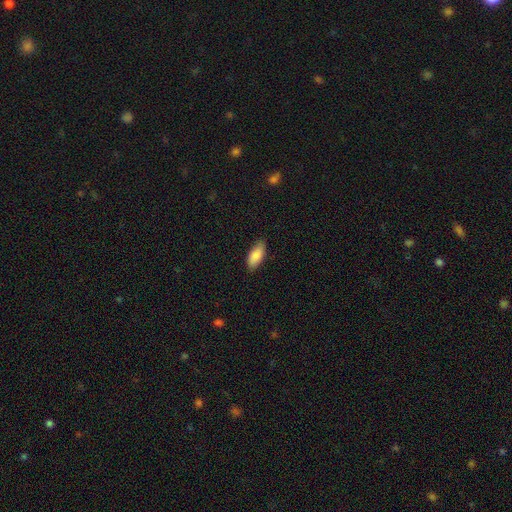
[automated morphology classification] Smooth or featured? smooth (86%)
How rounded? in between (86%)
Merging? none (84%)